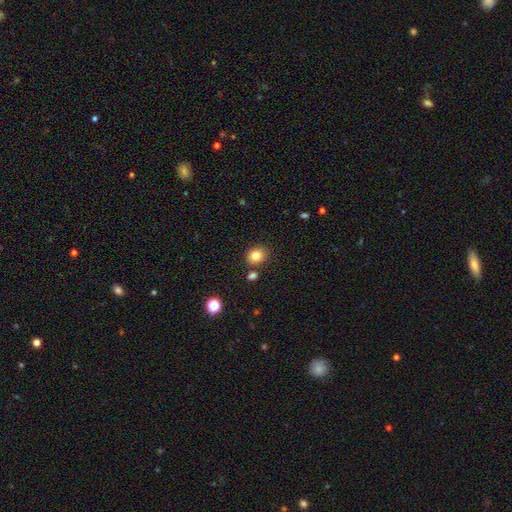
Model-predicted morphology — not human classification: smooth 82%, star or artifact 11%, featured or disk 7%. Down the decision tree: how rounded — round (66%); merging — none (81%).